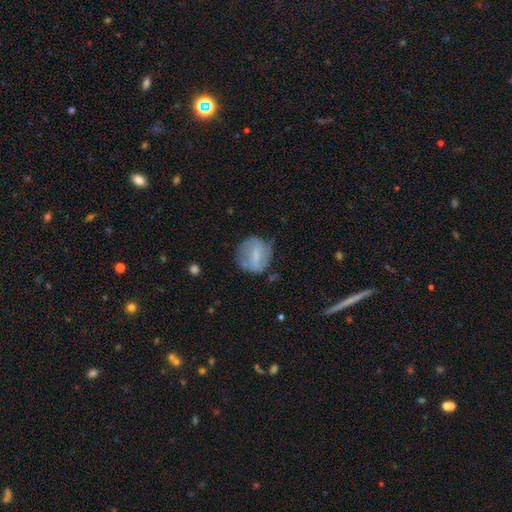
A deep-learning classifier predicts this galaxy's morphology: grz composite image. It shows a smooth galaxy with no disk features (52%) that is round (69%). Merging: none (55%).